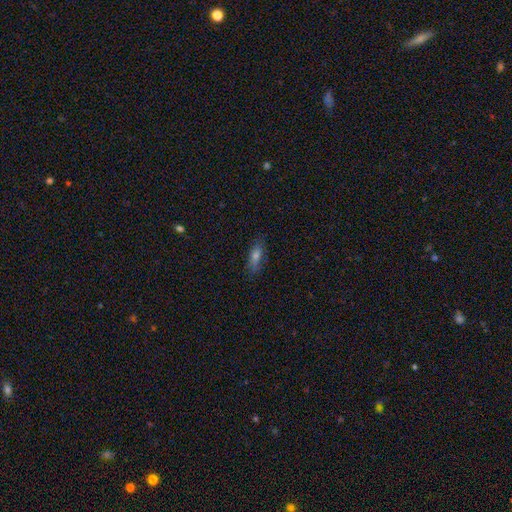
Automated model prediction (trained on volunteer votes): Q: Smooth or featured?
A: smooth (64%); runner-up: featured or disk (24%)
Q: How rounded?
A: in between (53%); runner-up: cigar-shaped (43%)
Q: Merging?
A: none (82%); runner-up: minor disturbance (14%)